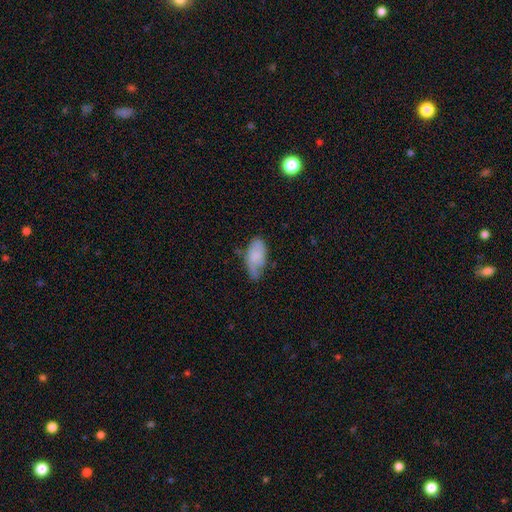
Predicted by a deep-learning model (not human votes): The model was most divided on "merging": none: 47%, minor disturbance: 39%, major disturbance: 11%, merger: 3%. More confident: how rounded — in between (91%); smooth or featured — smooth (72%).